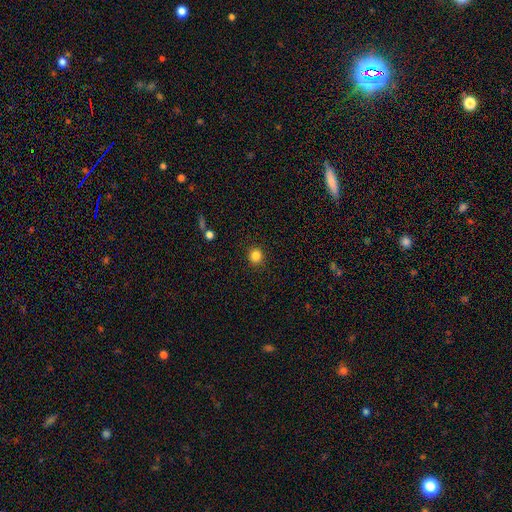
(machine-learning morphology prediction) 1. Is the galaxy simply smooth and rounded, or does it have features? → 84% smooth, 12% star or artifact, 4% featured or disk.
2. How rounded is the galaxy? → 87% round, 12% in between, 1% cigar-shaped.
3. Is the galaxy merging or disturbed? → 90% none, 6% minor disturbance, 2% major disturbance, 1% merger.